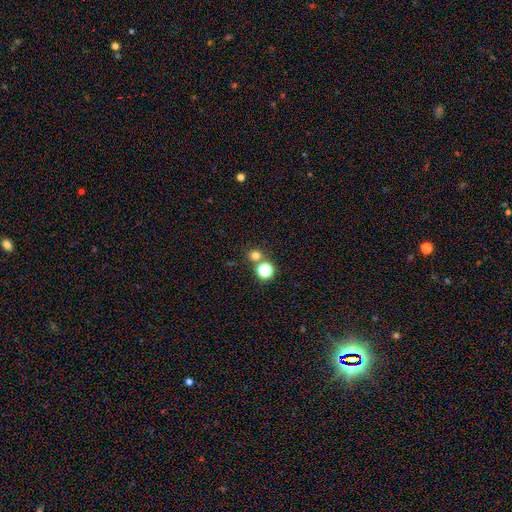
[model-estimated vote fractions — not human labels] This is likely a smooth galaxy (72%). How rounded: clearly round (87%). Merging: likely none (69%).